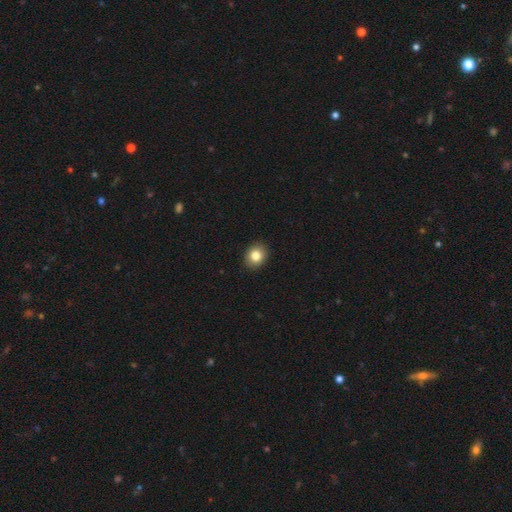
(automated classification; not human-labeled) smooth_or_featured: smooth (p=0.83) [alt: star or artifact p=0.10]
how_rounded: round (p=0.64) [alt: in between p=0.35]
merging: none (p=0.91) [alt: minor disturbance p=0.06]